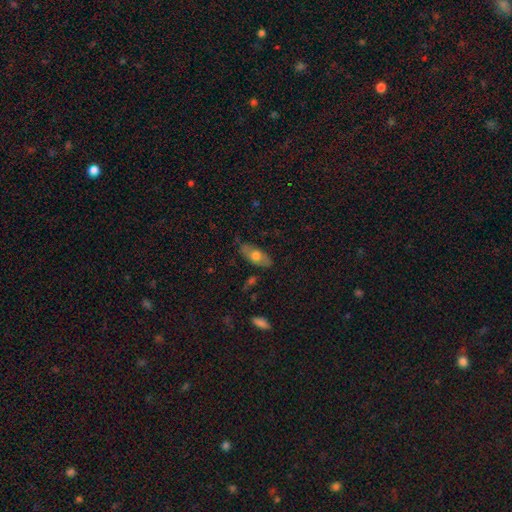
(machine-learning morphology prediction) This is likely a smooth galaxy (63%). How rounded: clearly in between (85%). Merging: likely none (78%).